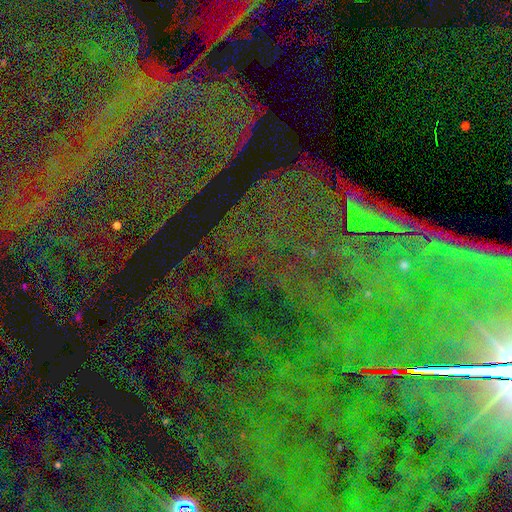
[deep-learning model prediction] This appears to be a star or artifact, not a galaxy (85%).